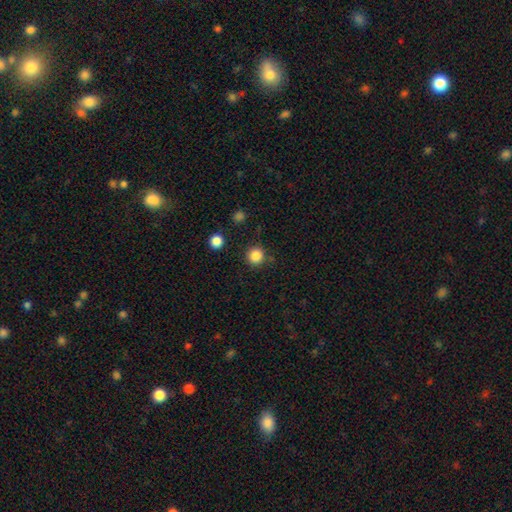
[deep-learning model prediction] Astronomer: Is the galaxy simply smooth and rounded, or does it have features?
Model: smooth — 85%.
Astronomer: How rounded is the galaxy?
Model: round — 92%.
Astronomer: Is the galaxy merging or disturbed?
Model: none — 86%.